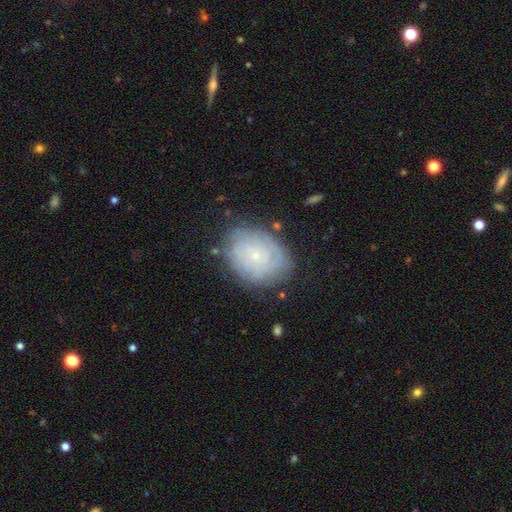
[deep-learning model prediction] Smooth or featured? featured or disk (58%)
Edge-on disk? no (96%)
Bar? no (85%)
Spiral arms? yes (75%)
Bulge size? small (85%)
Merging? none (73%)